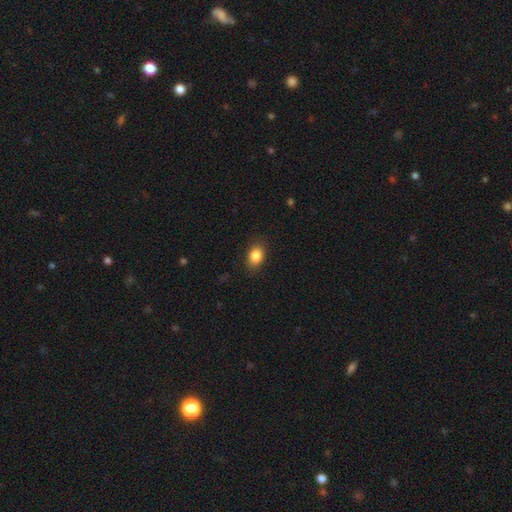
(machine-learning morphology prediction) smooth 85%, star or artifact 9%, featured or disk 6%. Down the decision tree: how rounded — in between (71%); merging — none (85%).